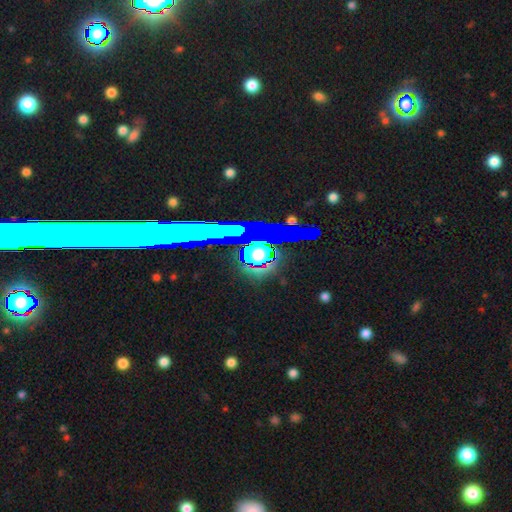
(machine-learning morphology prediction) smooth_or_featured: star or artifact (p=0.58) [alt: smooth p=0.23]